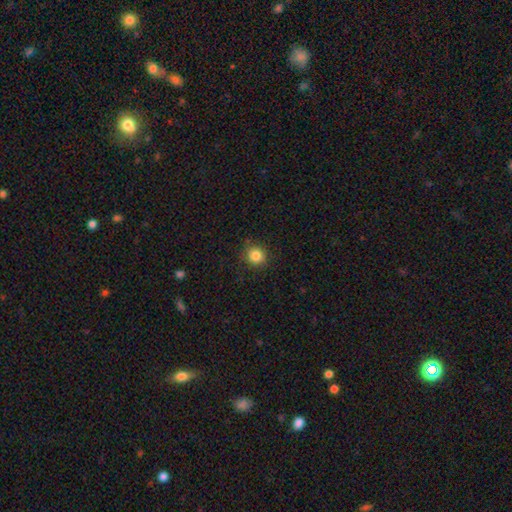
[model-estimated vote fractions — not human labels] Smooth or featured?
  - smooth: 84% *
  - star or artifact: 11%
  - featured or disk: 5%
How rounded?
  - round: 90% *
  - in between: 9%
  - cigar-shaped: 1%
Merging?
  - none: 87% *
  - minor disturbance: 10%
  - major disturbance: 3%
  - merger: 1%